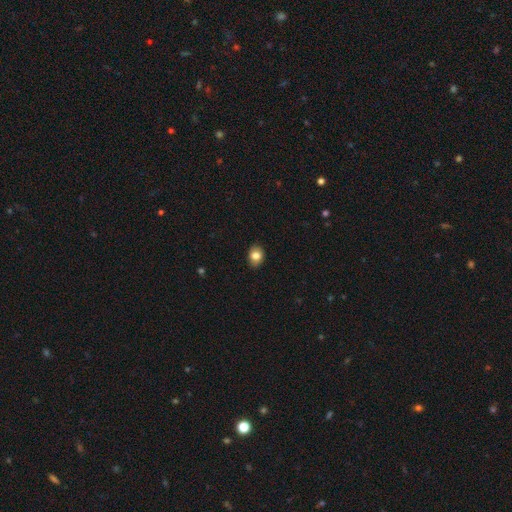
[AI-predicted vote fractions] This appears to be a smooth galaxy with no disk features (83%) that is in between round and cigar-shaped (60%). Merging: none (88%).